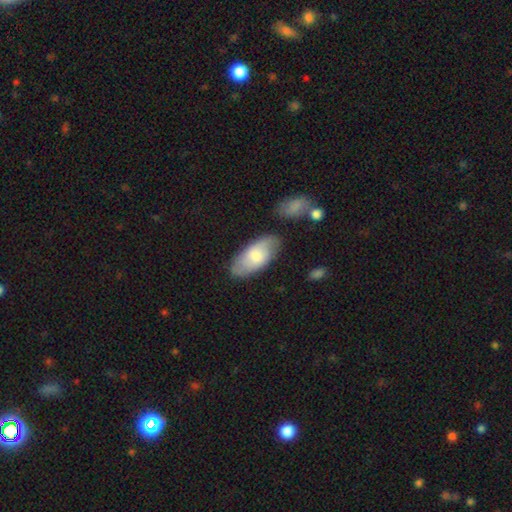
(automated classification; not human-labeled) Smooth or featured? smooth (64%)
How rounded? in between (91%)
Merging? none (75%)